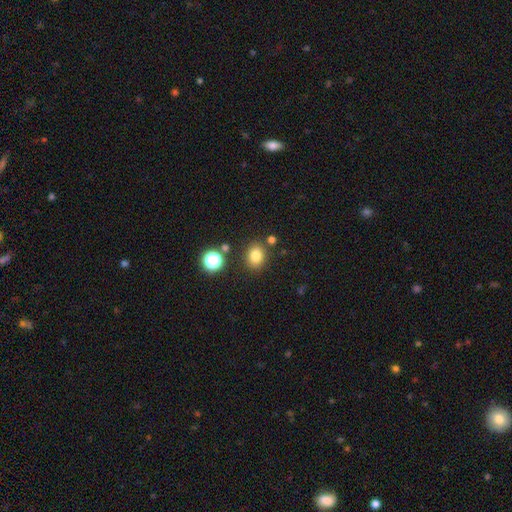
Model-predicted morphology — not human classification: type=smooth (80%); roundness=round (56%); merging=none (82%).